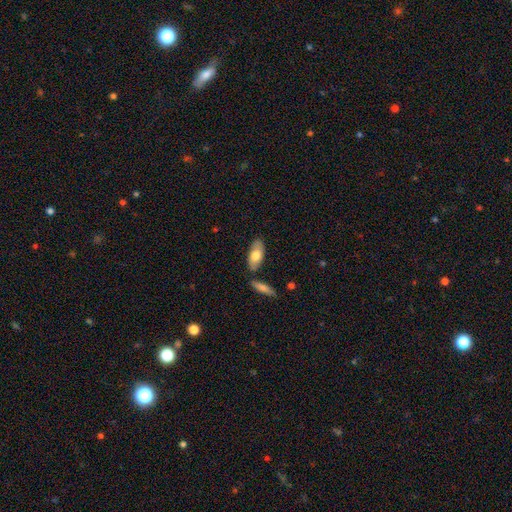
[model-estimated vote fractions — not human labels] This appears to be a smooth galaxy with no disk features (72%) that is in between round and cigar-shaped (87%). Merging: none (76%).